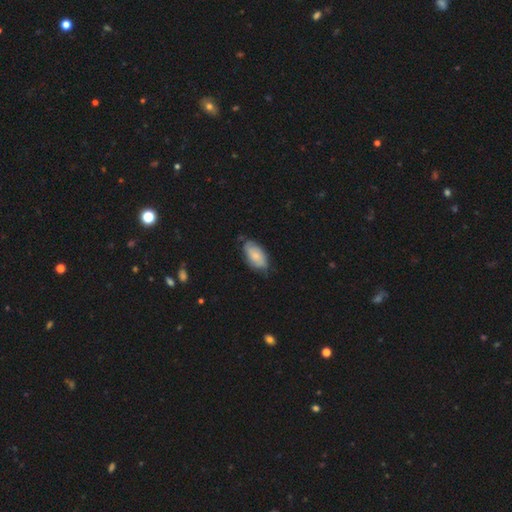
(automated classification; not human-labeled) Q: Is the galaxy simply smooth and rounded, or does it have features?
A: smooth — 65%.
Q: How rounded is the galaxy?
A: in between — 93%.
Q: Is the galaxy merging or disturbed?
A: none — 63%.